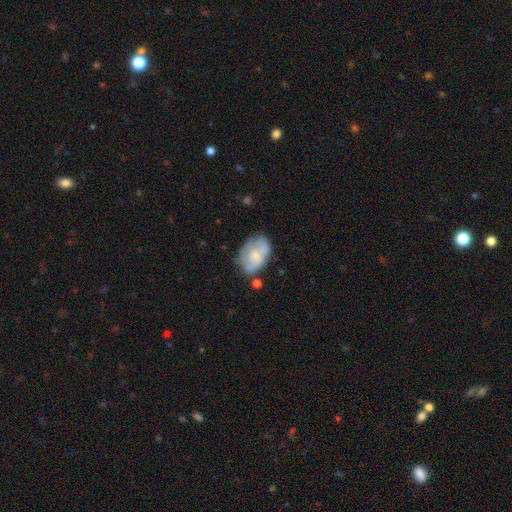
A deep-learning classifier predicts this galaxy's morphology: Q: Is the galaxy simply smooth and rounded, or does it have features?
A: smooth — 53%.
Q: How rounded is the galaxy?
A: in between — 85%.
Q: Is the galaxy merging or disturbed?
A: none — 54%.